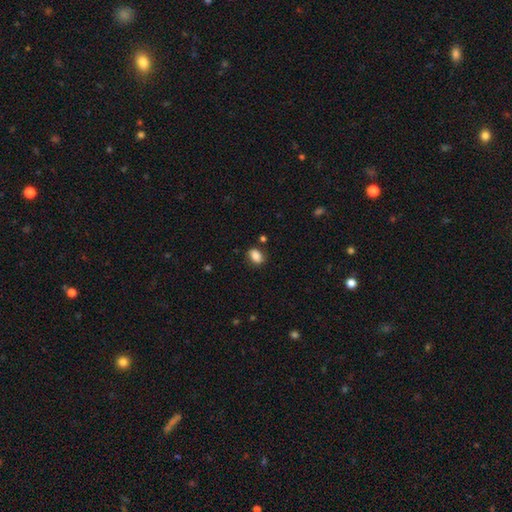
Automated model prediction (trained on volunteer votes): Smooth or featured: smooth — 84% (star or artifact — 8%)
How rounded: in between — 79% (round — 19%)
Merging: none — 80% (minor disturbance — 14%)